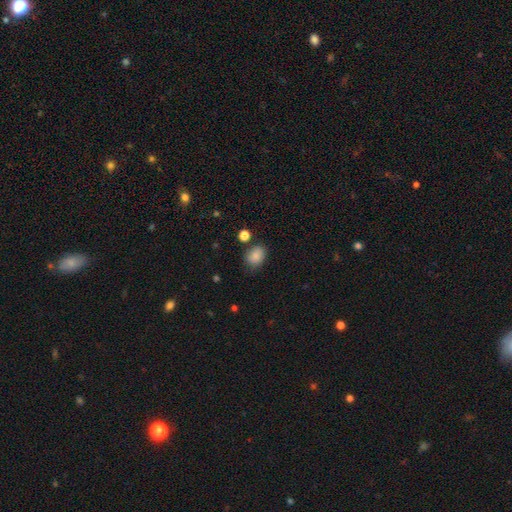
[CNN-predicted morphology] Smooth or featured? smooth (85%)
How rounded? in between (53%)
Merging? none (76%)